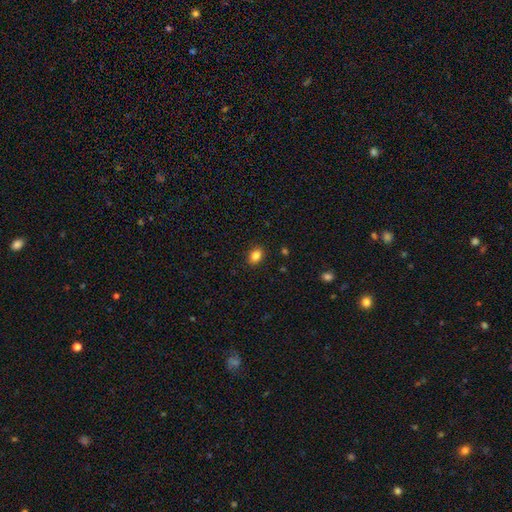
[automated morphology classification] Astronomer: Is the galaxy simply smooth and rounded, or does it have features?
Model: smooth — 85%.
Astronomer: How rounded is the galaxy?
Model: in between — 61% (runner-up: round, 38%).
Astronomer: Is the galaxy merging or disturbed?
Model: none — 89%.